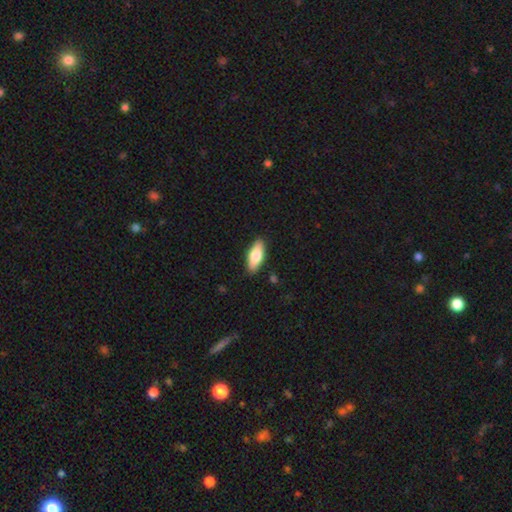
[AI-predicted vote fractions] A smooth galaxy with no disk features (74%) that is in between round and cigar-shaped (75%).

Vote fractions:
- Smooth or featured? smooth: 74% / featured or disk: 20% / star or artifact: 6%
- How rounded? in between: 75% / cigar-shaped: 22% / round: 2%
- Merging? none: 88% / minor disturbance: 9% / major disturbance: 2% / merger: 1%